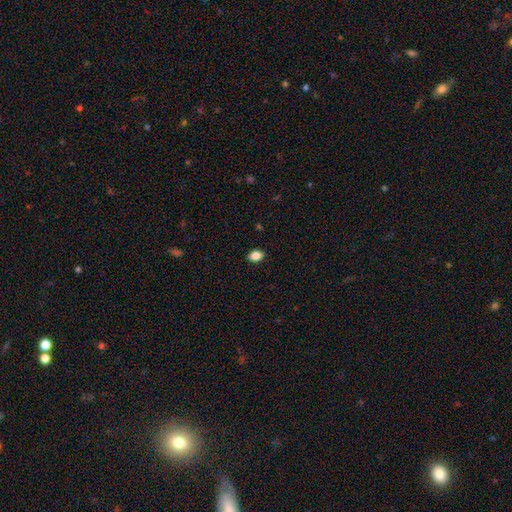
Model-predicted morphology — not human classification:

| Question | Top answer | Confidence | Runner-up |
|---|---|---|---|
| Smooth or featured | smooth | 86% | star or artifact (9%) |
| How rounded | in between | 78% | round (21%) |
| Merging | none | 89% | minor disturbance (8%) |